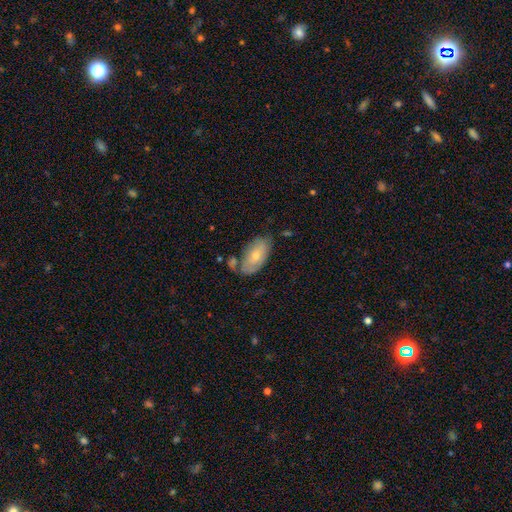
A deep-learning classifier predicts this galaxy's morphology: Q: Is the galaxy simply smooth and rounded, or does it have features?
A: smooth — 64%.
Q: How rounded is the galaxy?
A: in between — 93%.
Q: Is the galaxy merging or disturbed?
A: none — 57%.